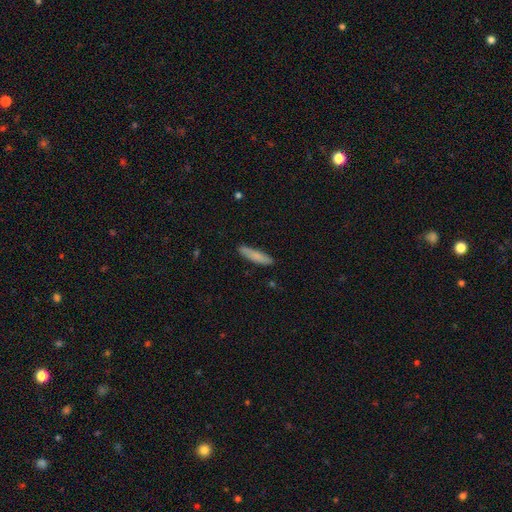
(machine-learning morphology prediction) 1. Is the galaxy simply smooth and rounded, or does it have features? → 81% smooth, 13% featured or disk, 6% star or artifact.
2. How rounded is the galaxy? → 85% cigar-shaped, 14% in between, 1% round.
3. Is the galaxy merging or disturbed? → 88% none, 9% minor disturbance, 2% major disturbance, 1% merger.